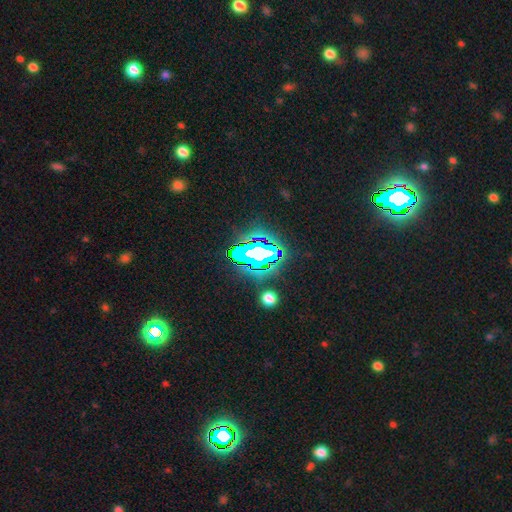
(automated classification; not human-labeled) Smooth or featured: star or artifact — 74% (smooth — 14%)